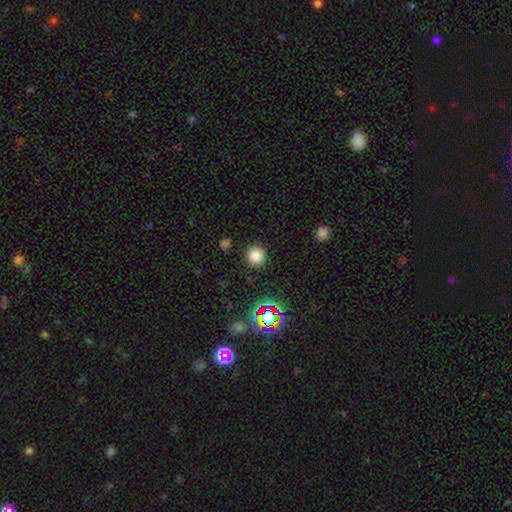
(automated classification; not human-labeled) Smooth or featured?
  - smooth: 80% *
  - star or artifact: 16%
  - featured or disk: 5%
How rounded?
  - round: 95% *
  - in between: 4%
  - cigar-shaped: 1%
Merging?
  - none: 90% *
  - minor disturbance: 6%
  - major disturbance: 2%
  - merger: 2%